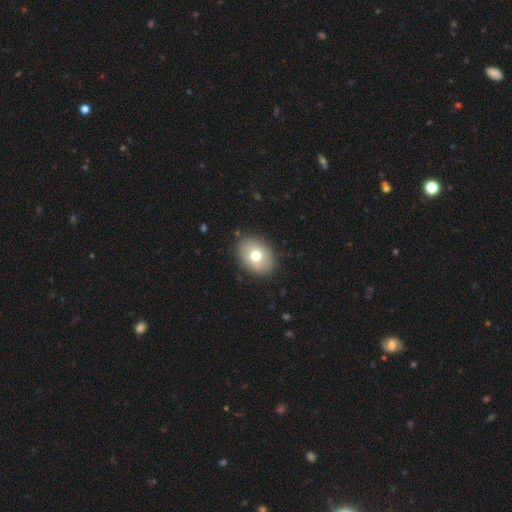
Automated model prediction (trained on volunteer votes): Overall: smooth (72%). How rounded: in between (67%; round 32%). Merging: none (87%).